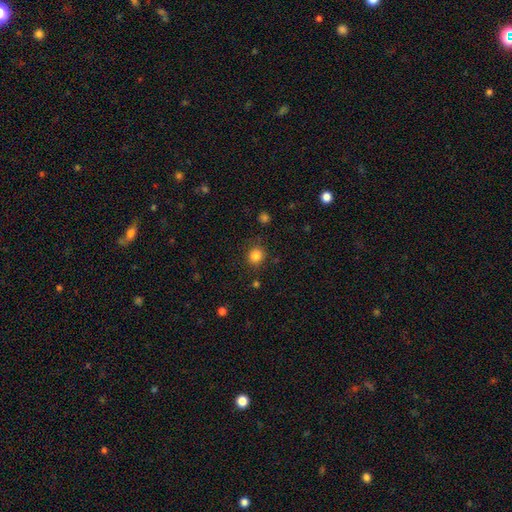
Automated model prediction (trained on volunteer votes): A smooth galaxy with no disk features (84%) that is round (85%).

Vote fractions:
- Smooth or featured? smooth: 84% / star or artifact: 12% / featured or disk: 5%
- How rounded? round: 85% / in between: 14% / cigar-shaped: 1%
- Merging? none: 86% / minor disturbance: 9% / major disturbance: 3% / merger: 2%